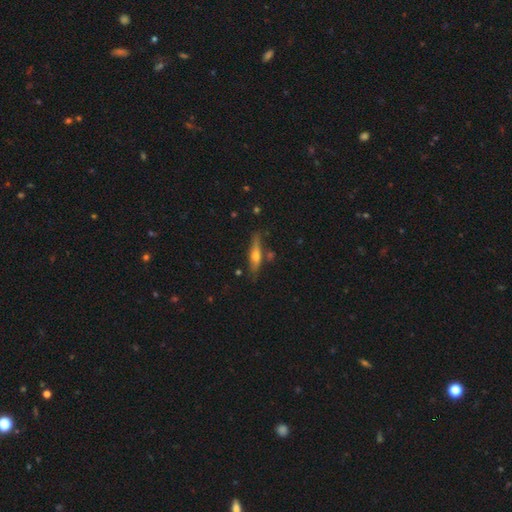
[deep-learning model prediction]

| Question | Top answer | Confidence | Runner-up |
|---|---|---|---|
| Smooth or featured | featured or disk | 50% | smooth (43%) |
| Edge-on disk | yes | 88% | no (12%) |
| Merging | none | 74% | minor disturbance (16%) |